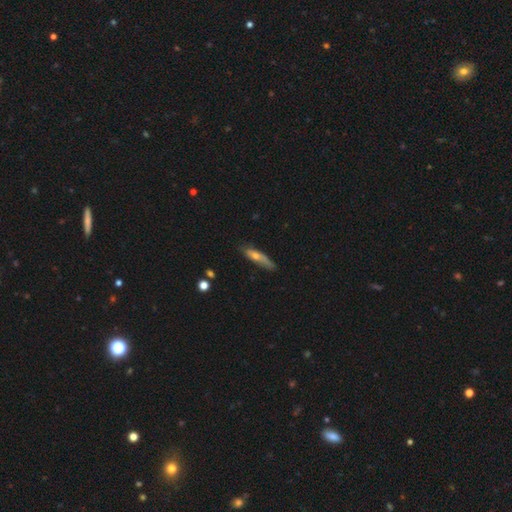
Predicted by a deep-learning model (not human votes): This appears to be a smooth galaxy with no disk features (51%) that is cigar-shaped (74%). Merging: none (68%).